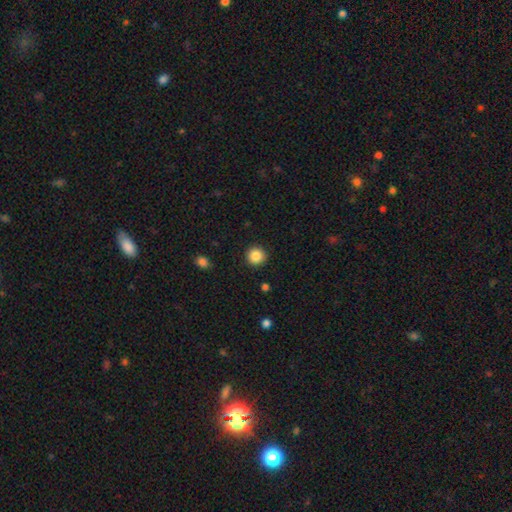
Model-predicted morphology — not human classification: Smooth or featured?
  - smooth: 86% *
  - star or artifact: 10%
  - featured or disk: 4%
How rounded?
  - round: 94% *
  - in between: 5%
  - cigar-shaped: 1%
Merging?
  - none: 91% *
  - minor disturbance: 6%
  - major disturbance: 2%
  - merger: 1%